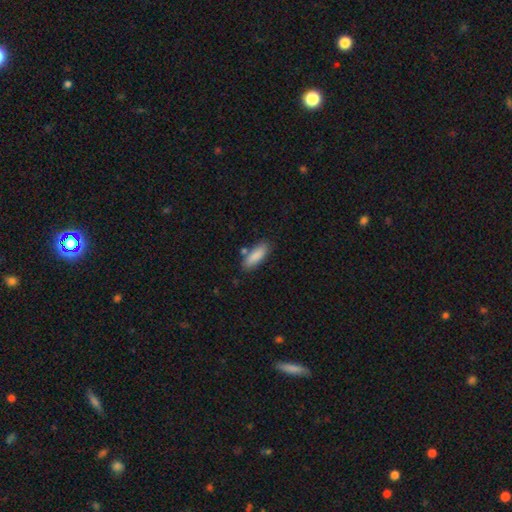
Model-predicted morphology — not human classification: The model was most divided on "how rounded": in between: 61%, cigar-shaped: 37%, round: 2%. More confident: smooth or featured — smooth (86%); merging — none (77%).